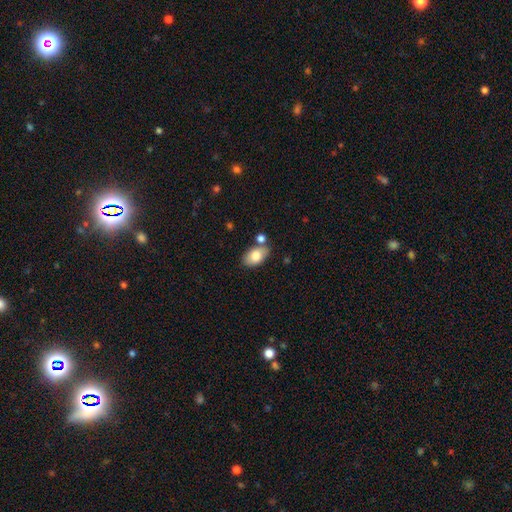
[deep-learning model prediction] Morphology: type=smooth (81%); roundness=in between (90%); merging=none (67%).